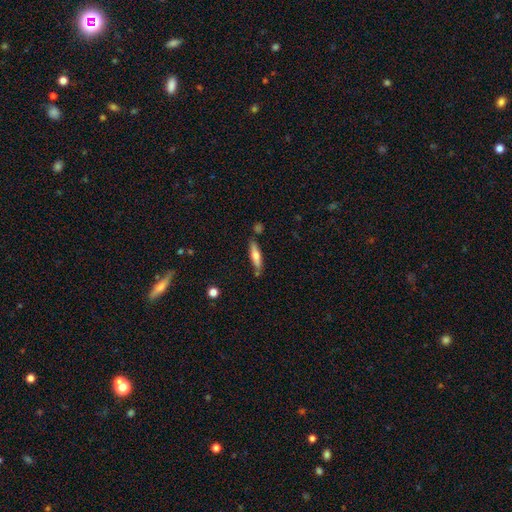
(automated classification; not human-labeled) This appears to be a smooth galaxy with no disk features (57%) that is cigar-shaped (75%). Merging: none (76%).